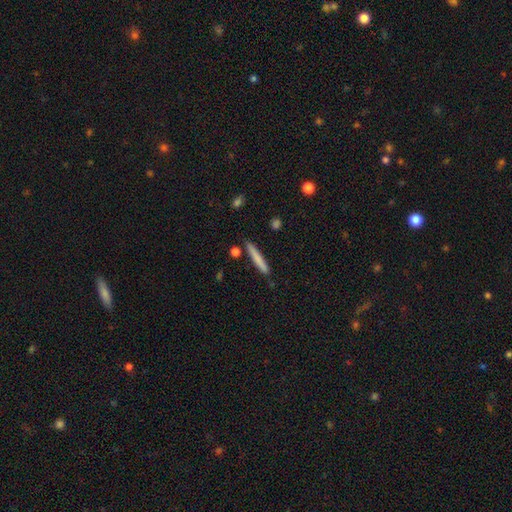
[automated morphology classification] Smooth or featured? smooth (70%)
How rounded? cigar-shaped (96%)
Merging? none (89%)